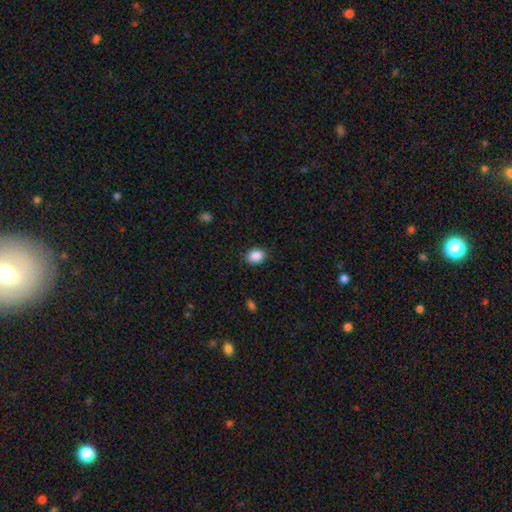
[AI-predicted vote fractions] Q: Smooth or featured?
A: smooth (89%); runner-up: star or artifact (8%)
Q: How rounded?
A: in between (66%); runner-up: round (33%)
Q: Merging?
A: none (87%); runner-up: minor disturbance (10%)